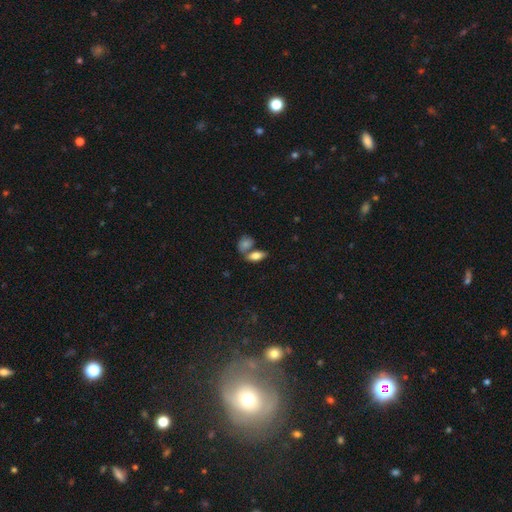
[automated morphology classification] smooth 75%, featured or disk 17%, star or artifact 8%. Down the decision tree: how rounded — in between (83%); merging — none (50%).